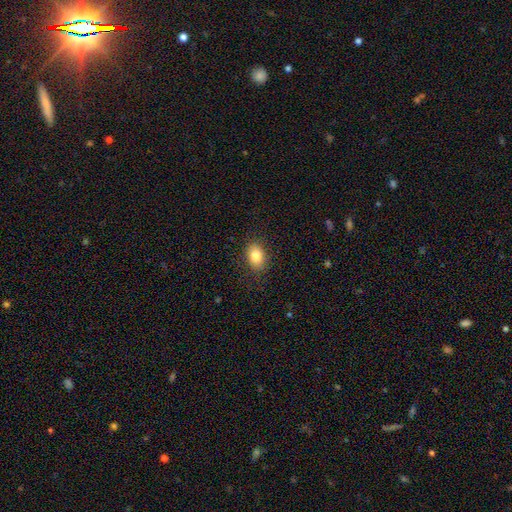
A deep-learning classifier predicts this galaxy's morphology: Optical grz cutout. It shows a smooth galaxy with no disk features (83%) that is in between round and cigar-shaped (82%). Merging: none (87%).